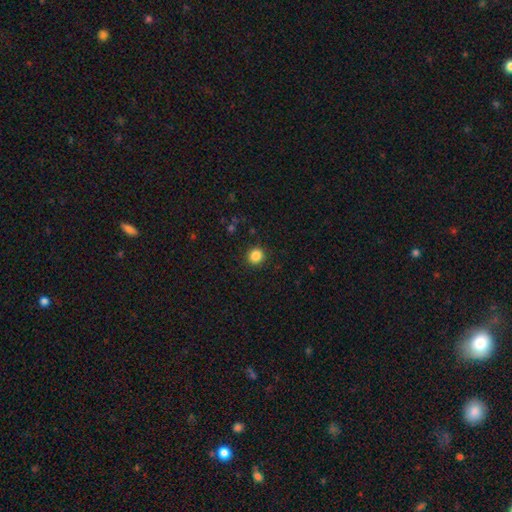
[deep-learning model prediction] Overall: smooth (86%). How rounded: round (88%). Merging: none (90%).